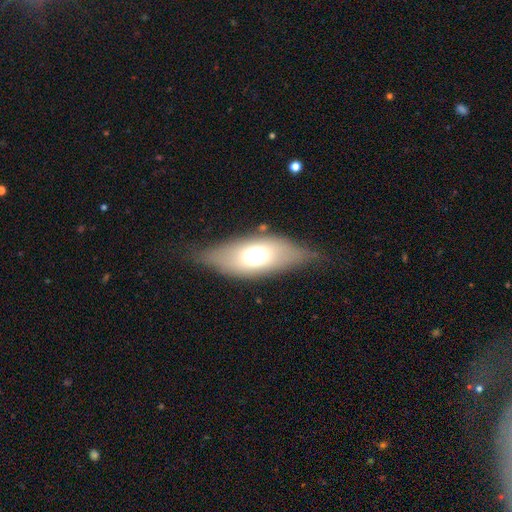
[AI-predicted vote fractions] smooth_or_featured: smooth (p=0.55) [alt: featured or disk p=0.35]
how_rounded: in between (p=0.75) [alt: cigar-shaped p=0.15]
merging: none (p=0.78) [alt: minor disturbance p=0.13]